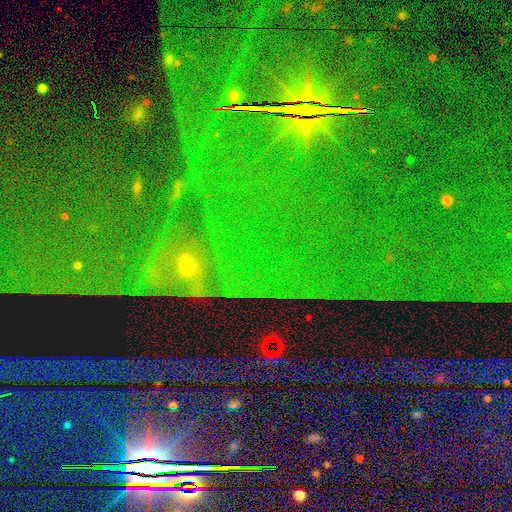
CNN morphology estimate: Smooth or featured? Predicted: star or artifact (p=0.82).